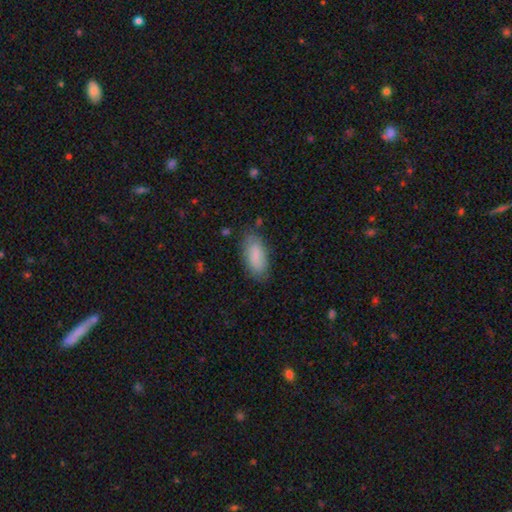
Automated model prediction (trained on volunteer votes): Smooth or featured? Predicted: smooth (p=0.85). How rounded? Predicted: in between (p=0.87). Merging? Predicted: none (p=0.79).